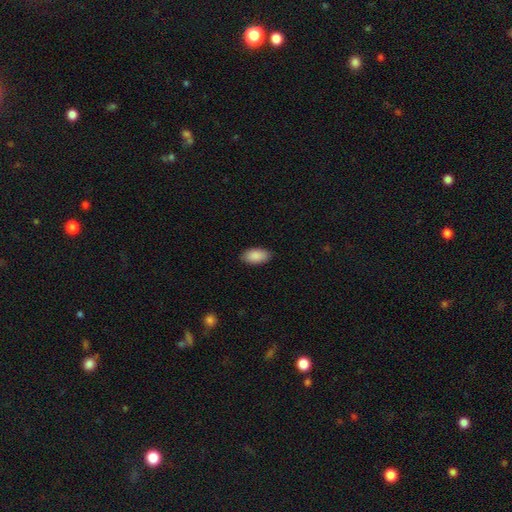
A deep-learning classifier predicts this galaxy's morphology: A smooth galaxy with no disk features (90%) that is in between round and cigar-shaped (94%). Merging: none (88%).